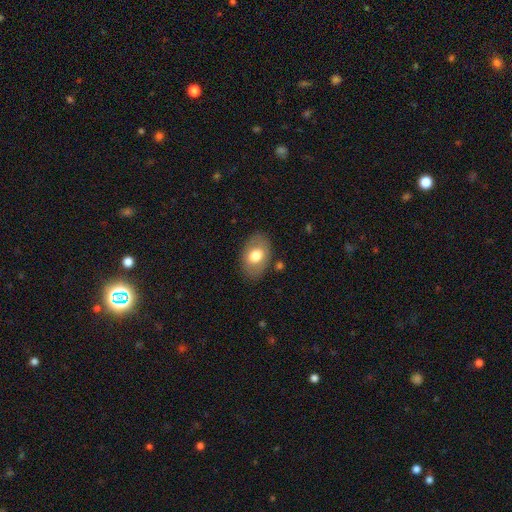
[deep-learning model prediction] Smooth or featured: smooth — 68% (featured or disk — 25%)
How rounded: in between — 85% (round — 14%)
Merging: none — 81% (minor disturbance — 13%)